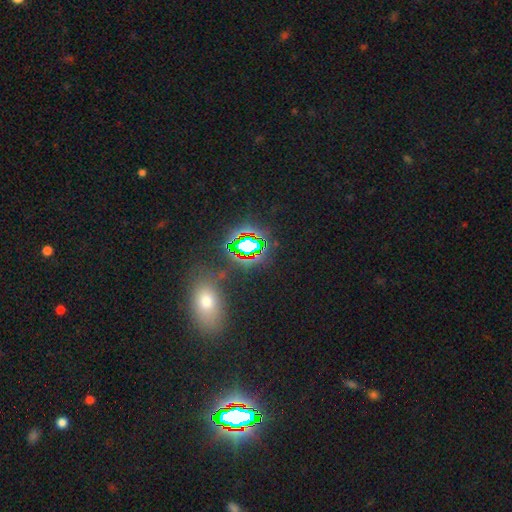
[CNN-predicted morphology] smooth_or_featured: star or artifact (p=0.62) [alt: smooth p=0.27]